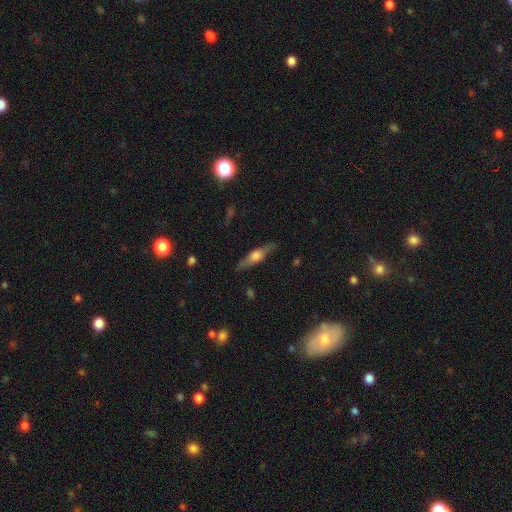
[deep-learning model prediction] This is possibly a featured or disk galaxy (52%). It is clearly viewed edge-on (86%). Merging: clearly none (82%).